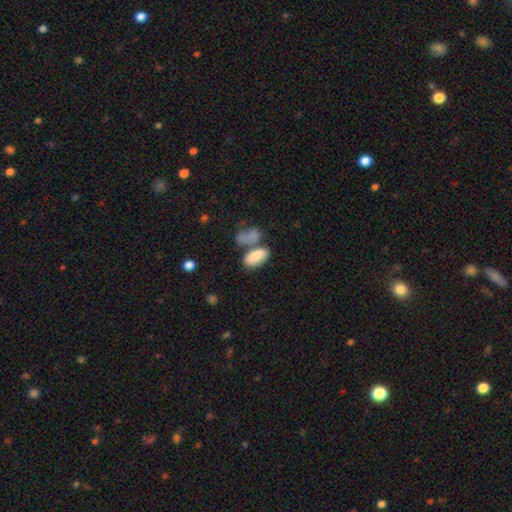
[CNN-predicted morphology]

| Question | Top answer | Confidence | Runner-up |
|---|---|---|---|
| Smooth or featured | smooth | 84% | featured or disk (9%) |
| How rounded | in between | 91% | cigar-shaped (5%) |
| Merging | none | 43% | merger (36%) |